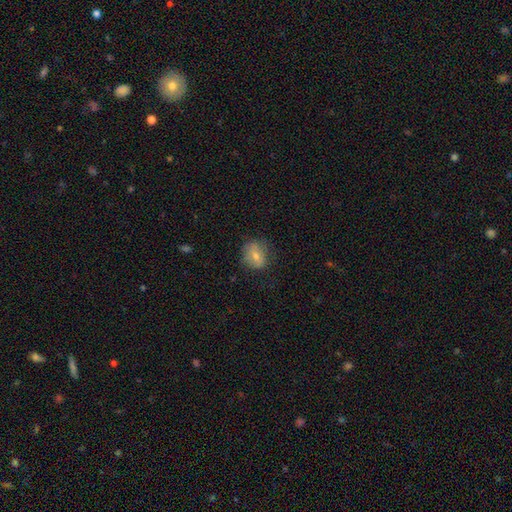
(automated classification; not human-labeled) Smooth or featured? Predicted: smooth (p=0.68). How rounded? Predicted: round (p=0.60). Merging? Predicted: none (p=0.67).